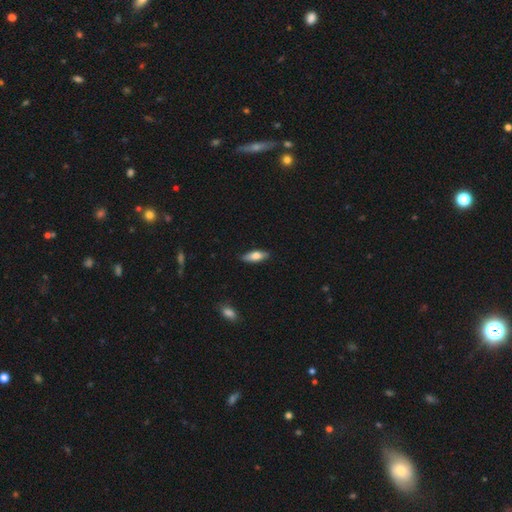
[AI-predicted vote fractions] Morphology: type=smooth (71%); roundness=in between (63%); merging=none (86%).